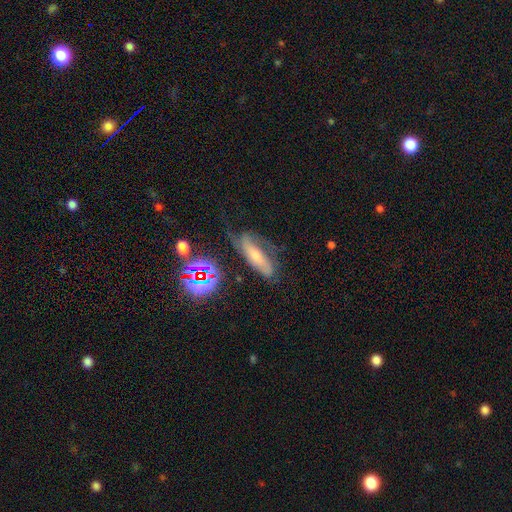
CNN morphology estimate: This appears to be a featured or disk galaxy (60%). Merging: none (53%).